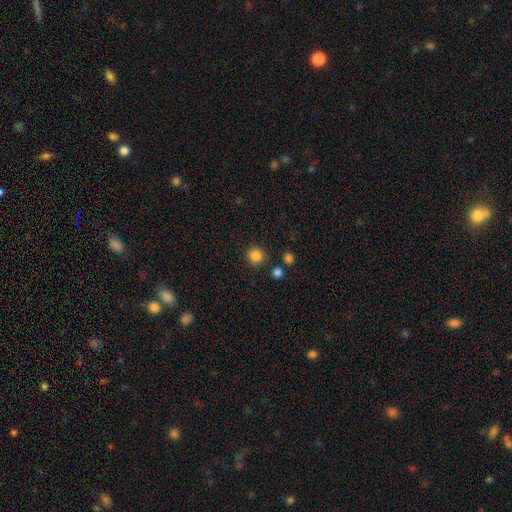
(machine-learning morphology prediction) The model was most divided on "smooth or featured": smooth: 84%, star or artifact: 12%, featured or disk: 4%. More confident: how rounded — round (92%); merging — none (86%).